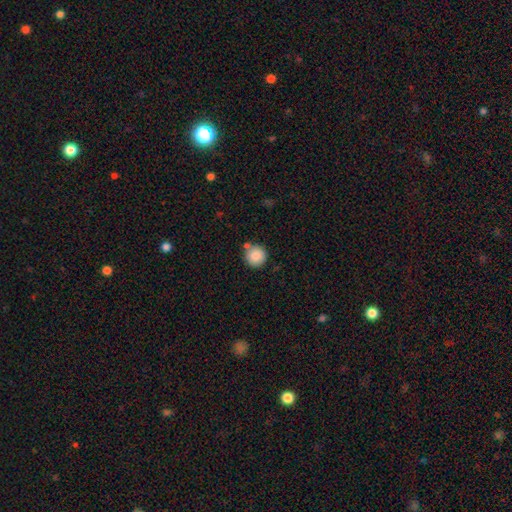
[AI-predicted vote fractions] Smooth or featured?
  - smooth: 86% *
  - star or artifact: 8%
  - featured or disk: 6%
How rounded?
  - round: 95% *
  - in between: 4%
  - cigar-shaped: 1%
Merging?
  - none: 77% *
  - merger: 11%
  - minor disturbance: 10%
  - major disturbance: 3%